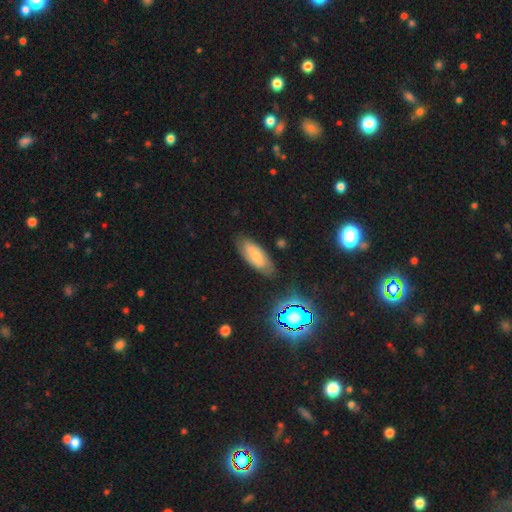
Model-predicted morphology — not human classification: Smooth or featured?
  - smooth: 58% *
  - featured or disk: 32%
  - star or artifact: 9%
How rounded?
  - in between: 82% *
  - cigar-shaped: 16%
  - round: 2%
Merging?
  - none: 79% *
  - minor disturbance: 16%
  - major disturbance: 4%
  - merger: 2%